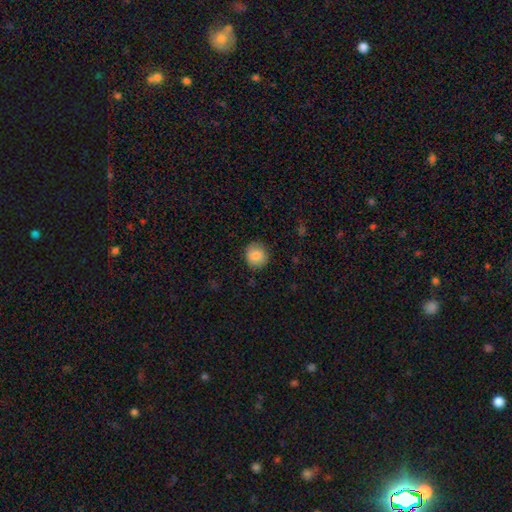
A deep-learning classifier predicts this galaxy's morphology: Smooth or featured: smooth — 84% (star or artifact — 8%)
How rounded: round — 84% (in between — 15%)
Merging: none — 86% (minor disturbance — 11%)